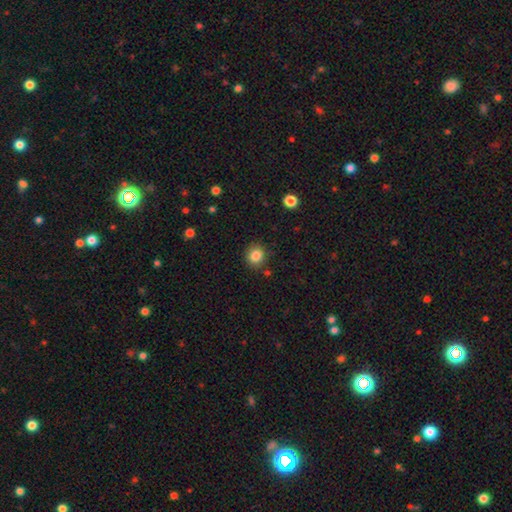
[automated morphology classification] smooth 84%, star or artifact 11%, featured or disk 6%. Down the decision tree: how rounded — round (83%); merging — none (85%).